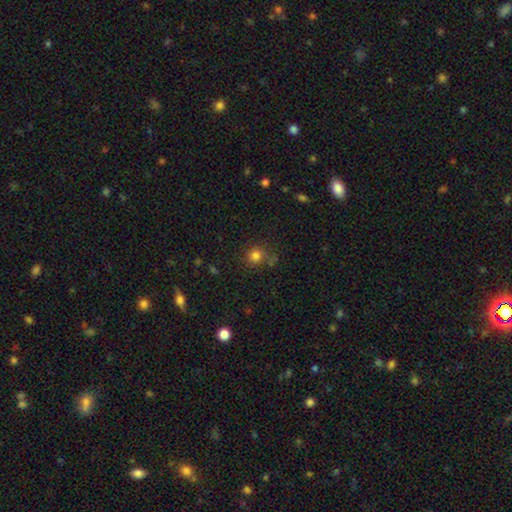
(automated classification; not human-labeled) smooth_or_featured: smooth (p=0.80) [alt: star or artifact p=0.14]
how_rounded: round (p=0.88) [alt: in between p=0.11]
merging: none (p=0.71) [alt: minor disturbance p=0.16]